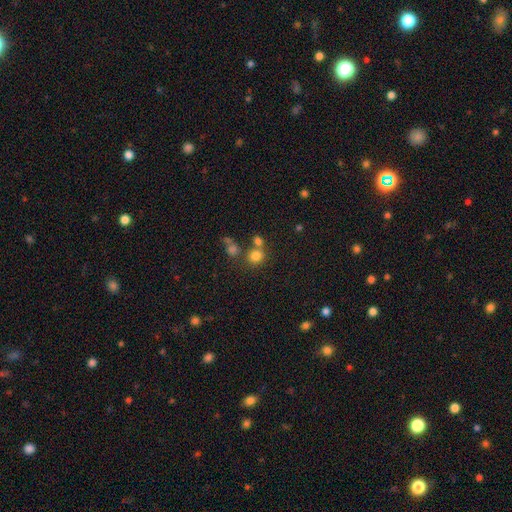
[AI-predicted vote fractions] Smooth or featured? Predicted: smooth (p=0.77). How rounded? Predicted: round (p=0.81). Merging? Predicted: none (p=0.60).